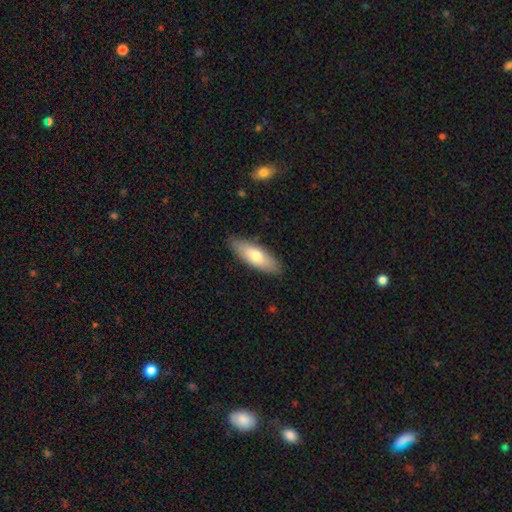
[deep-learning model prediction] Morphology: type=smooth (71%); roundness=in between (61%); merging=none (87%).